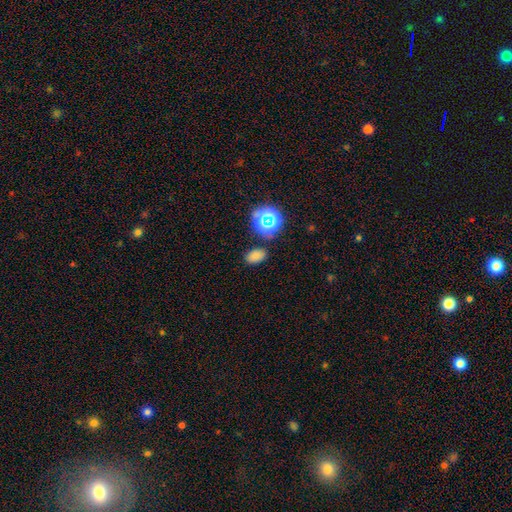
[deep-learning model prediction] smooth-or-featured: smooth: 74% | star or artifact: 21% | featured or disk: 5%
  how-rounded: in between: 85% | round: 13% | cigar-shaped: 1%
  merging: none: 83% | minor disturbance: 11% | merger: 4% | major disturbance: 3%